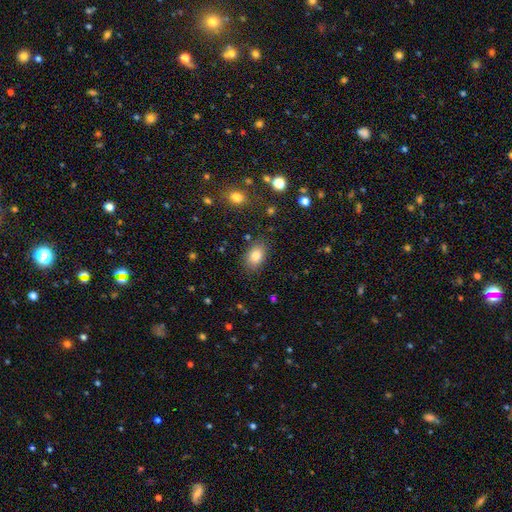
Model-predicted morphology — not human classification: type=smooth (84%); roundness=in between (85%); merging=none (83%).